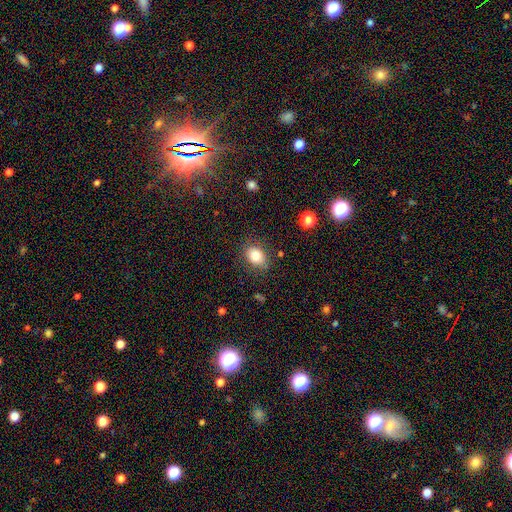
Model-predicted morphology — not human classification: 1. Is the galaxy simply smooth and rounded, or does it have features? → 81% smooth, 10% star or artifact, 8% featured or disk.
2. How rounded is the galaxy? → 55% in between, 43% round, 1% cigar-shaped.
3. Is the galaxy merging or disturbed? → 81% none, 14% minor disturbance, 4% major disturbance, 2% merger.